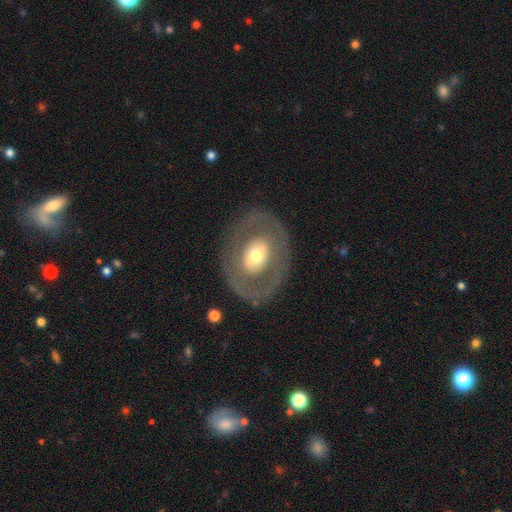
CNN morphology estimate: Smooth or featured: featured or disk — 58% (smooth — 36%)
Edge-on disk: no — 93% (yes — 7%)
Bar: no — 78% (weak — 15%)
Spiral arms: no — 82% (yes — 18%)
Bulge size: moderate — 61% (large — 19%)
Merging: none — 79% (minor disturbance — 11%)